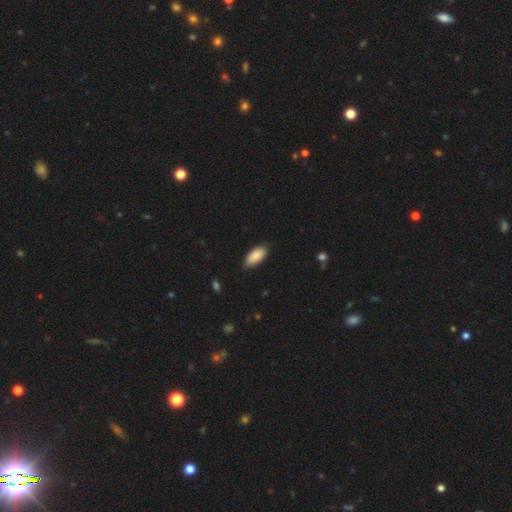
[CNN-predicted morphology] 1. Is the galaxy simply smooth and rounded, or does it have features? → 89% smooth, 6% star or artifact, 5% featured or disk.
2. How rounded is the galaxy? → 92% in between, 6% cigar-shaped, 2% round.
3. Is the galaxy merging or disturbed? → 81% none, 16% minor disturbance, 2% major disturbance, 1% merger.